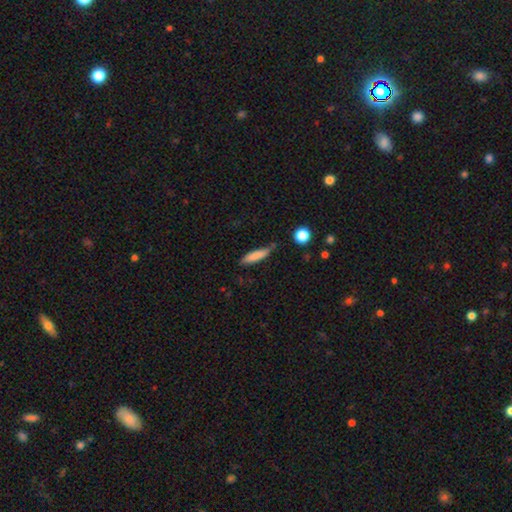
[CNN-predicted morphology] Q: Smooth or featured?
A: smooth (80%); runner-up: featured or disk (13%)
Q: How rounded?
A: cigar-shaped (77%); runner-up: in between (21%)
Q: Merging?
A: none (71%); runner-up: minor disturbance (20%)